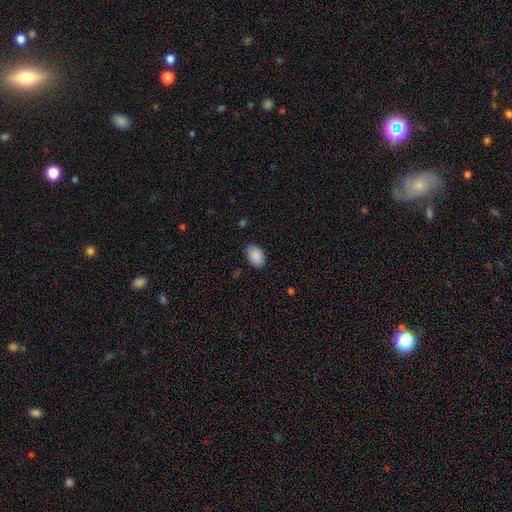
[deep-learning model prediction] smooth-or-featured: smooth: 89% | star or artifact: 7% | featured or disk: 5%
  how-rounded: in between: 89% | round: 10% | cigar-shaped: 1%
  merging: none: 84% | minor disturbance: 13% | major disturbance: 3% | merger: 1%